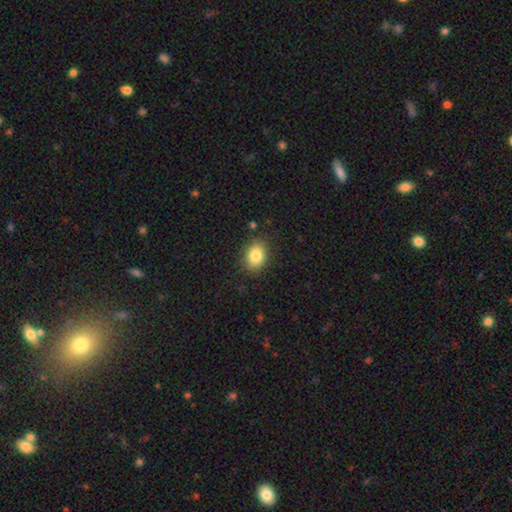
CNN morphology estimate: Smooth or featured: smooth — 83% (star or artifact — 10%)
How rounded: in between — 57% (round — 42%)
Merging: none — 84% (minor disturbance — 11%)